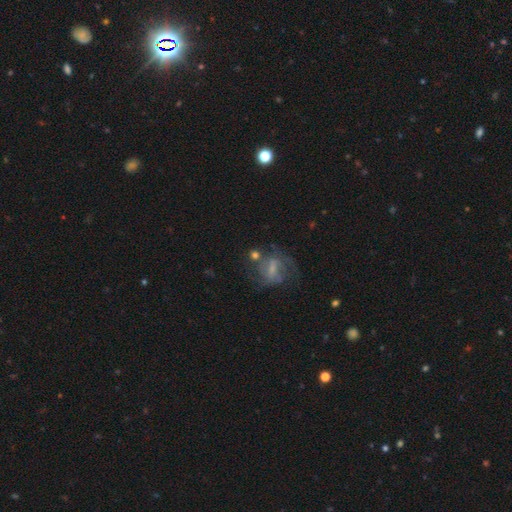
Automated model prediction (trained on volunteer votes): This appears to be a featured or disk galaxy (58%) with a weak bar (49%), spiral arms (70%) and a small central bulge (46%). Merging: none (49%).